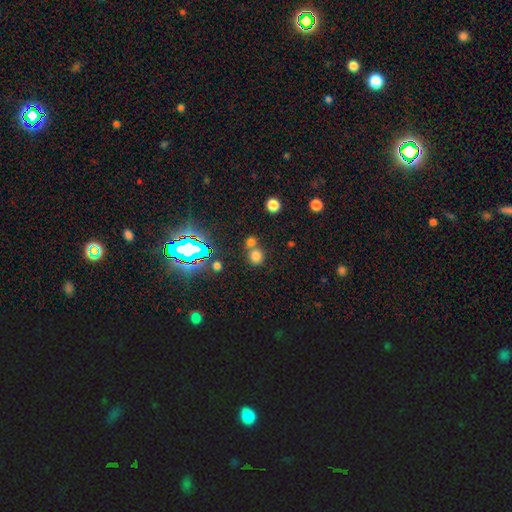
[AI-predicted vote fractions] A smooth galaxy with no disk features (69%) that is round (80%). Merging: none (52%).